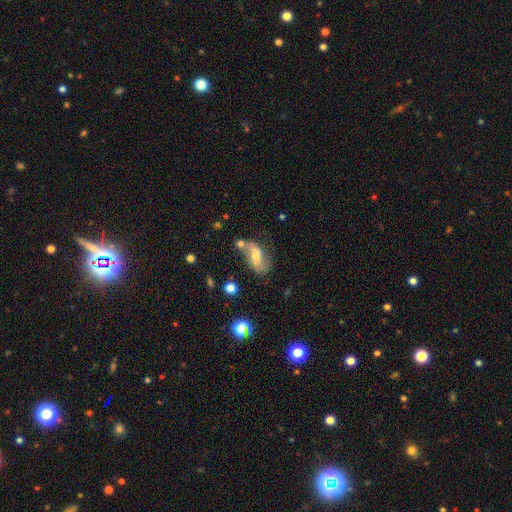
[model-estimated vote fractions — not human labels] featured or disk 49%, smooth 41%, star or artifact 10%. Down the decision tree: merging — none (45%).